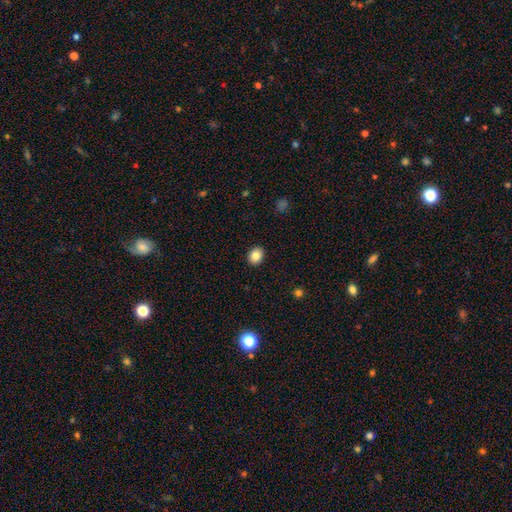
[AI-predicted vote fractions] Smooth or featured? smooth (84%)
How rounded? round (55%)
Merging? none (91%)